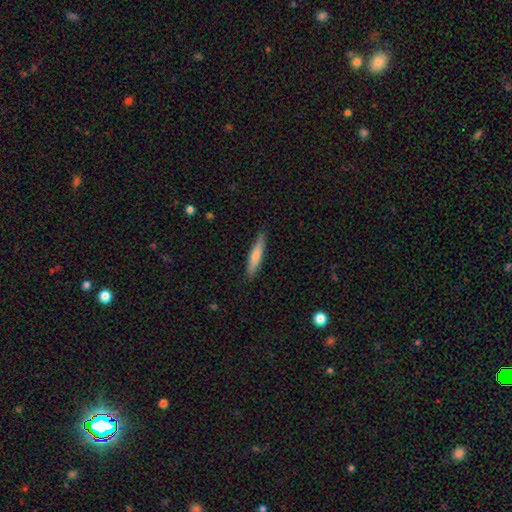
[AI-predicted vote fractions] Smooth or featured? smooth (71%)
How rounded? cigar-shaped (88%)
Merging? none (88%)